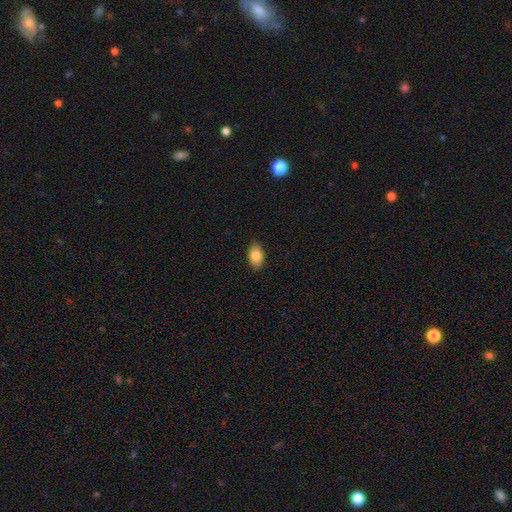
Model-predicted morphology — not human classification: The model was most divided on "smooth or featured": smooth: 85%, star or artifact: 8%, featured or disk: 7%. More confident: how rounded — in between (91%); merging — none (87%).